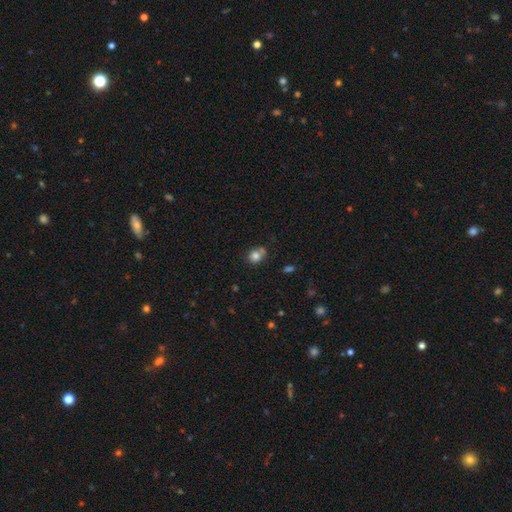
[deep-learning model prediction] Morphology: type=smooth (79%); roundness=round (64%); merging=none (52%).